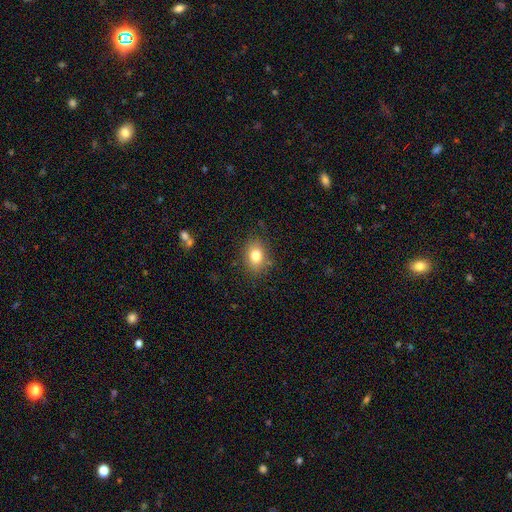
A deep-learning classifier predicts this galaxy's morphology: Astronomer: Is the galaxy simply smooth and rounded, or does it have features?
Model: smooth — 80%.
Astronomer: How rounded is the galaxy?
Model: in between — 63%.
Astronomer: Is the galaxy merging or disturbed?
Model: none — 83%.